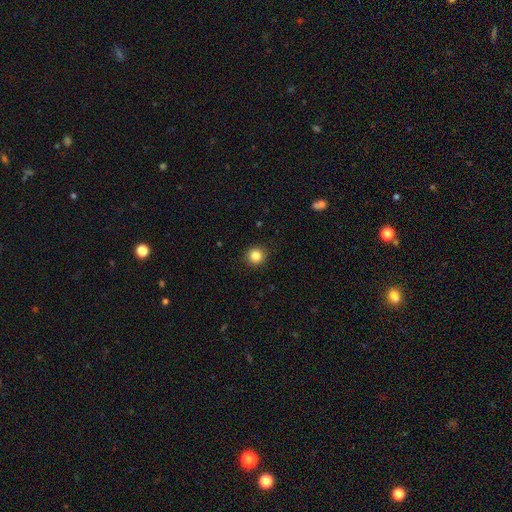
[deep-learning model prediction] Smooth or featured?
  - smooth: 85% *
  - star or artifact: 11%
  - featured or disk: 4%
How rounded?
  - round: 93% *
  - in between: 6%
  - cigar-shaped: 1%
Merging?
  - none: 91% *
  - minor disturbance: 6%
  - major disturbance: 2%
  - merger: 1%